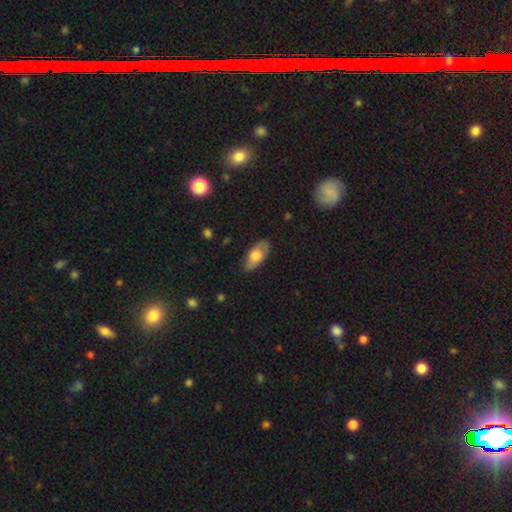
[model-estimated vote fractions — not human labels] Q: Smooth or featured?
A: smooth (71%); runner-up: featured or disk (23%)
Q: How rounded?
A: in between (89%); runner-up: cigar-shaped (8%)
Q: Merging?
A: none (81%); runner-up: minor disturbance (15%)